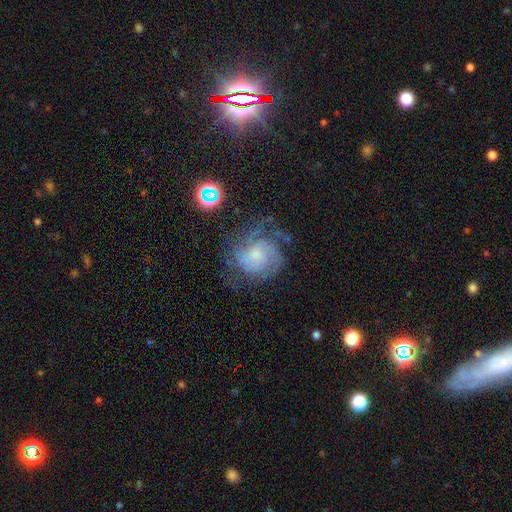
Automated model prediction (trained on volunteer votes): Smooth or featured? Predicted: featured or disk (p=0.72). Edge-on disk? Predicted: no (p=0.98). Bar? Predicted: no (p=0.74). Spiral arms? Predicted: yes (p=0.89). Spiral winding? Predicted: tight (p=0.50). Spiral arm count? Predicted: can't tell (p=0.37). Bulge size? Predicted: small (p=0.50). Merging? Predicted: none (p=0.55).